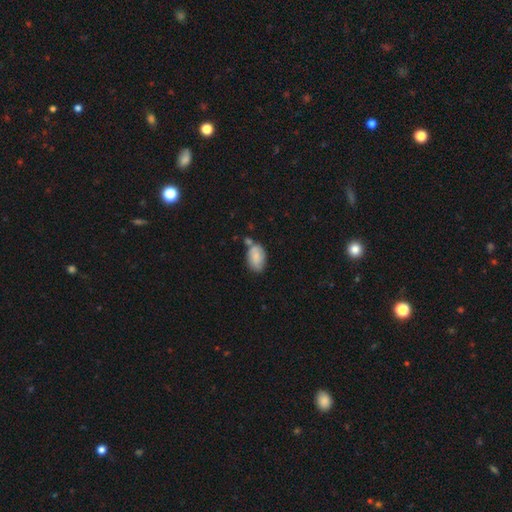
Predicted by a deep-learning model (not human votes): A smooth galaxy with no disk features (77%) that is in between round and cigar-shaped (89%). Merging: none (48%).